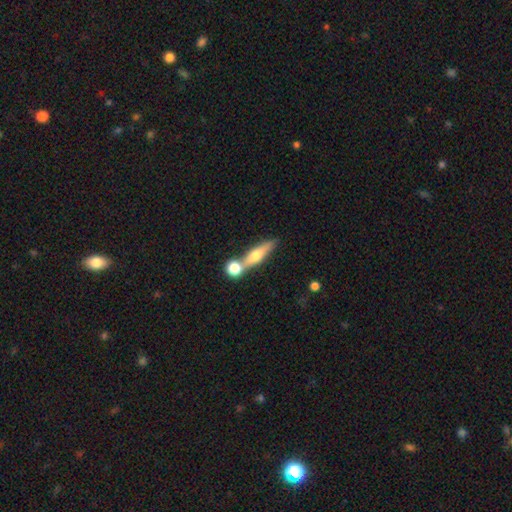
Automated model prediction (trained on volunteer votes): smooth_or_featured: smooth (p=0.53) [alt: featured or disk p=0.40]
how_rounded: cigar-shaped (p=0.61) [alt: in between p=0.30]
merging: none (p=0.54) [alt: merger p=0.32]